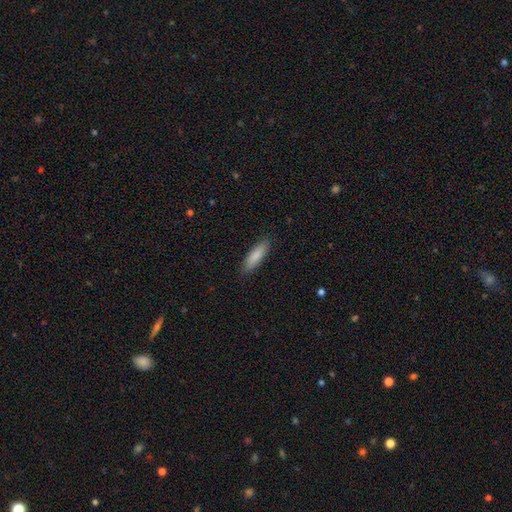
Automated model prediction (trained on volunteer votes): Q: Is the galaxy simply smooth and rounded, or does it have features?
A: smooth — 86%.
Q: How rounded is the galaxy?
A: cigar-shaped — 61%.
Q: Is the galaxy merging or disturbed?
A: none — 87%.